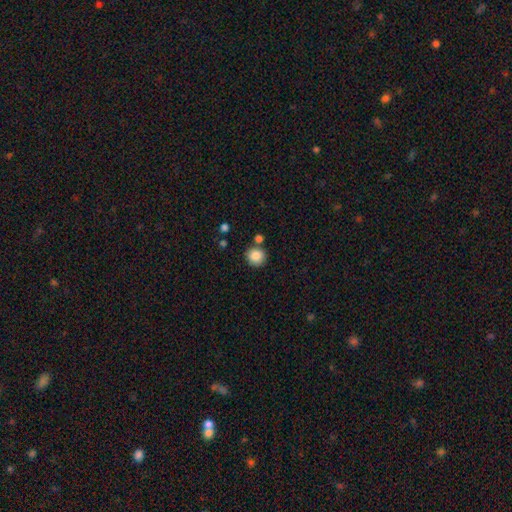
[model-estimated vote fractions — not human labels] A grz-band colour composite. It shows a smooth galaxy with no disk features (86%) that is round (89%). Merging: none (77%).